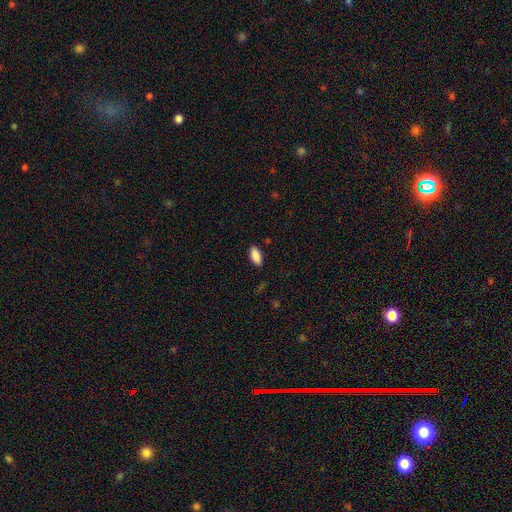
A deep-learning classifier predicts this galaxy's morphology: A smooth galaxy with no disk features (89%) that is in between round and cigar-shaped (86%). Merging: none (87%).